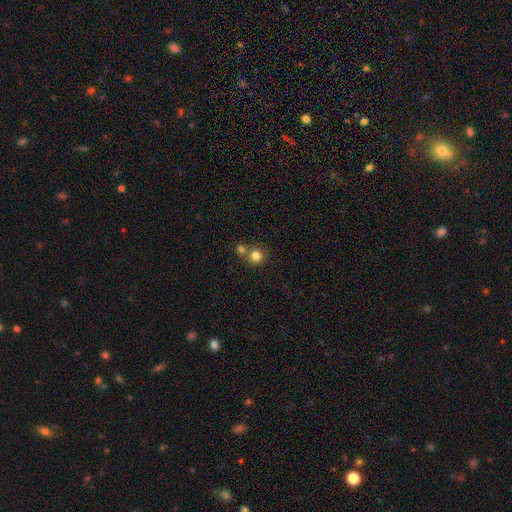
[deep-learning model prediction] Smooth or featured: smooth — 82% (star or artifact — 11%)
How rounded: round — 91% (in between — 8%)
Merging: none — 56% (merger — 34%)